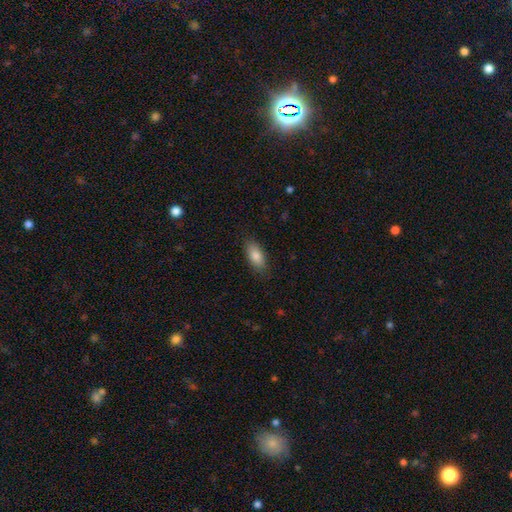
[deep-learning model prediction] Smooth or featured? smooth (84%)
How rounded? in between (87%)
Merging? none (85%)